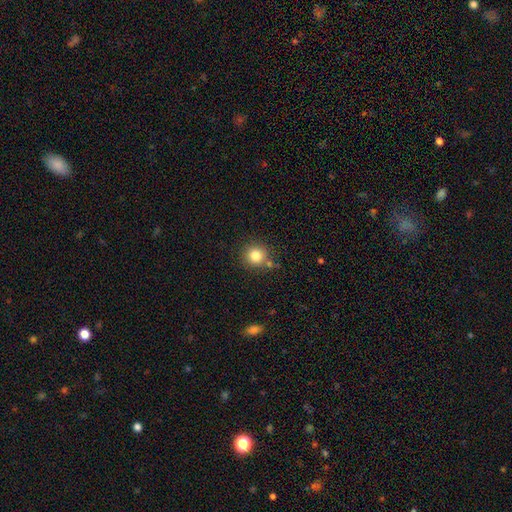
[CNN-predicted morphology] Overall: smooth (82%). How rounded: round (91%). Merging: none (78%).